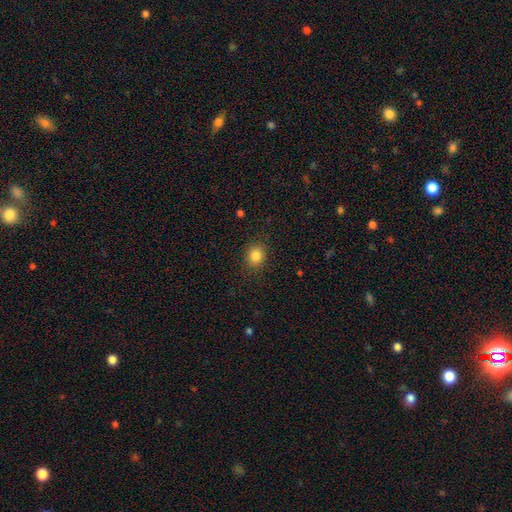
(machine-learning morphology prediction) The model was most divided on "how rounded": round: 65%, in between: 34%, cigar-shaped: 1%. More confident: merging — none (87%); smooth or featured — smooth (84%).